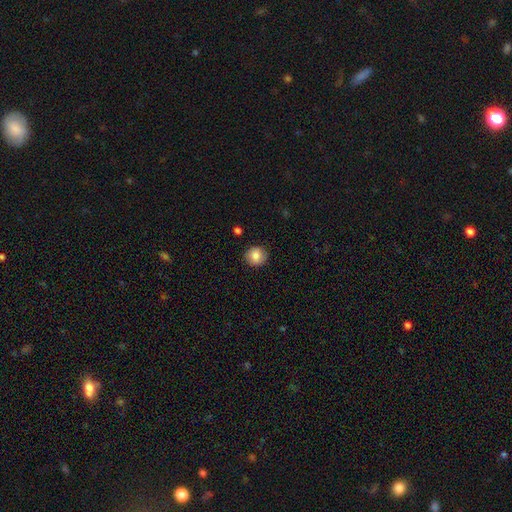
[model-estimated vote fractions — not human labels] Smooth or featured? Predicted: smooth (p=0.84). How rounded? Predicted: round (p=0.91). Merging? Predicted: none (p=0.88).